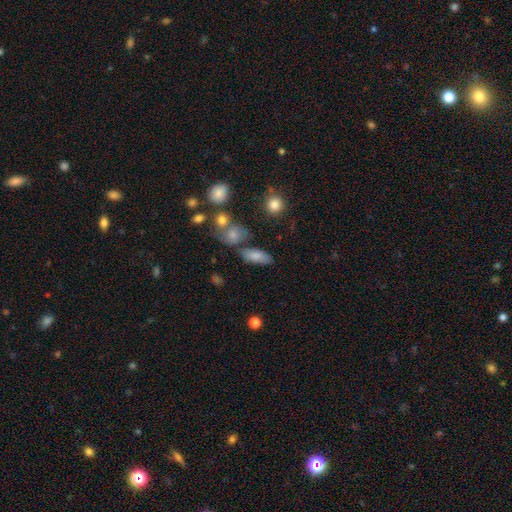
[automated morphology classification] type=smooth (78%); roundness=in between (83%); merging=none (66%).